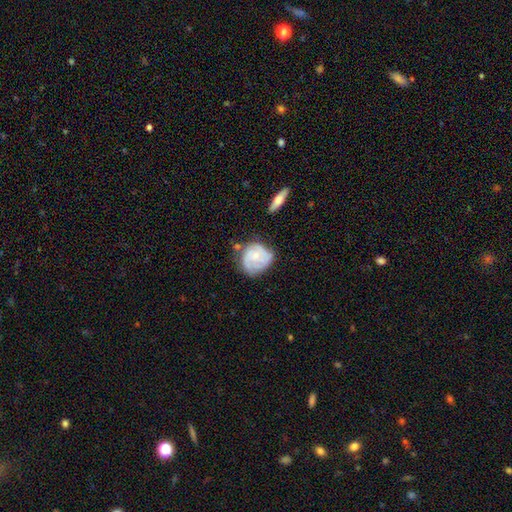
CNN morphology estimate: Overall: featured or disk (57%; smooth 37%). Edge-on disk: no (97%). Bar: no (78%). Spiral arms: yes (77%). Bulge size: small (63%; moderate 30%). Merging: none (50%; minor disturbance 32%).